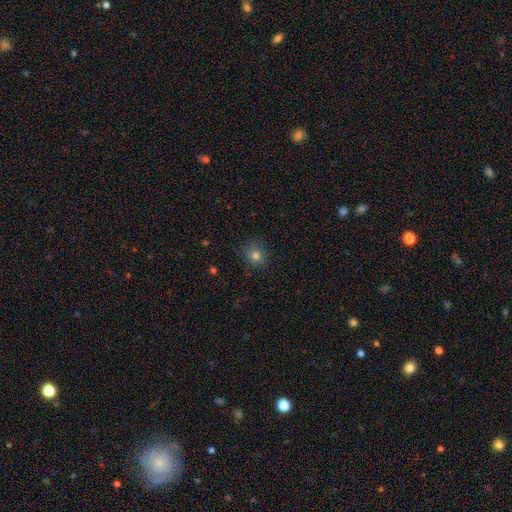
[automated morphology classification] The model was most divided on "smooth or featured": smooth: 77%, star or artifact: 16%, featured or disk: 7%. More confident: merging — none (88%); how rounded — round (86%).